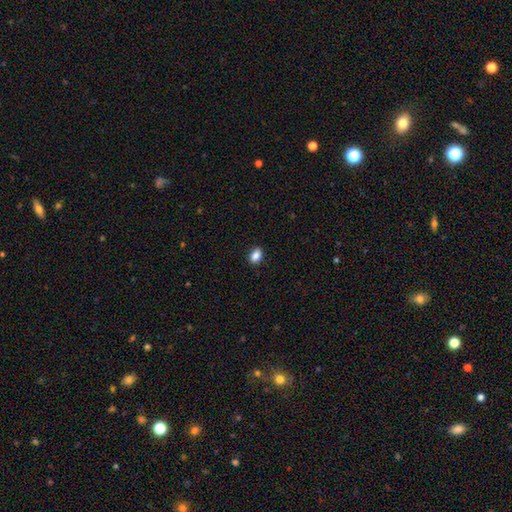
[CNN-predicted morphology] Smooth or featured: smooth — 87% (star or artifact — 9%)
How rounded: in between — 78% (round — 21%)
Merging: none — 89% (minor disturbance — 8%)